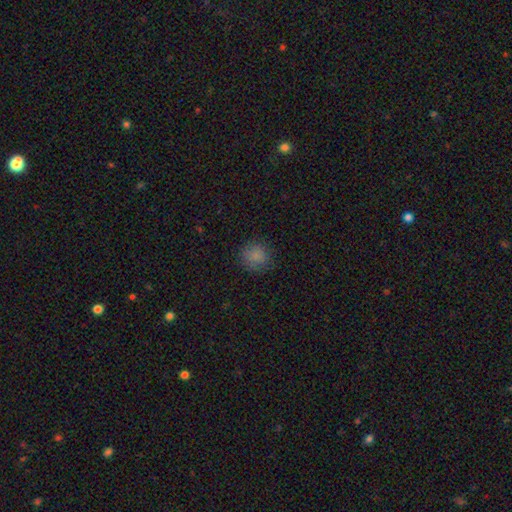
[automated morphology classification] Overall: smooth (83%). How rounded: round (88%). Merging: none (84%).